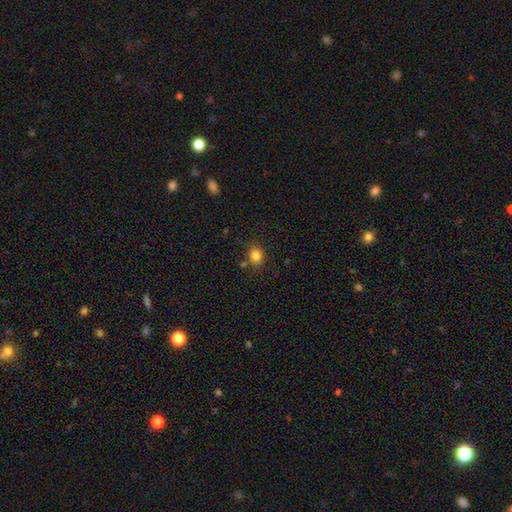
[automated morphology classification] smooth 82%, star or artifact 12%, featured or disk 6%. Down the decision tree: how rounded — round (72%); merging — none (80%).